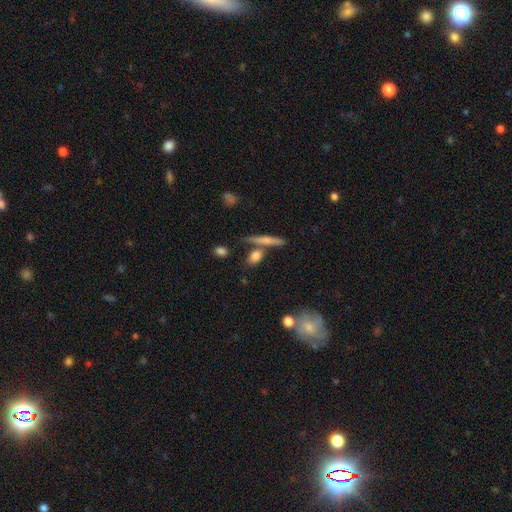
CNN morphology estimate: Smooth or featured: smooth — 77% (featured or disk — 14%)
How rounded: in between — 47% (cigar-shaped — 29%)
Merging: none — 64% (merger — 21%)